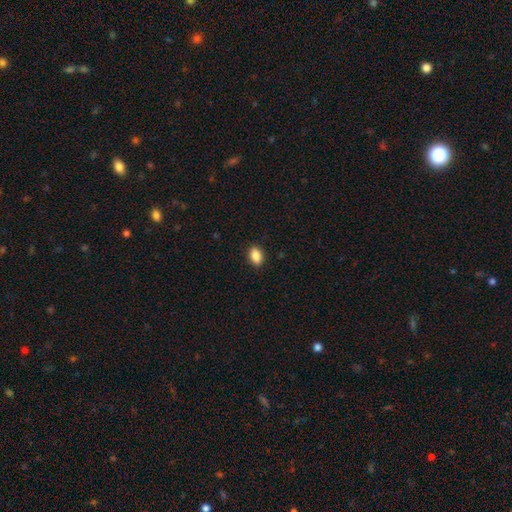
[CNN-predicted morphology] smooth-or-featured: smooth: 89% | star or artifact: 8% | featured or disk: 3%
  how-rounded: in between: 83% | round: 15% | cigar-shaped: 1%
  merging: none: 90% | minor disturbance: 7% | major disturbance: 2% | merger: 1%